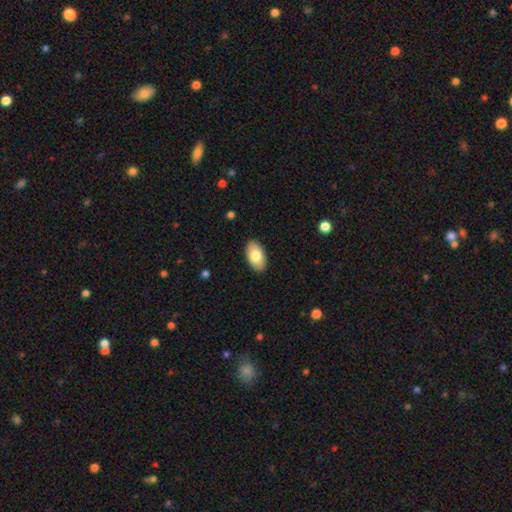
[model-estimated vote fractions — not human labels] Smooth or featured? smooth (82%)
How rounded? in between (95%)
Merging? none (89%)